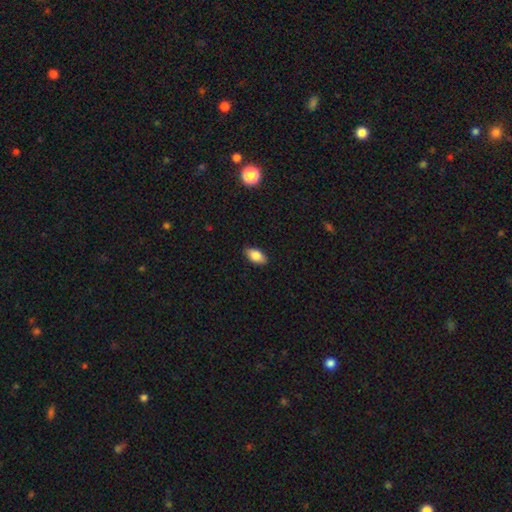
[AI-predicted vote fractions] The model was most divided on "smooth or featured": smooth: 82%, featured or disk: 10%, star or artifact: 7%. More confident: how rounded — in between (91%); merging — none (87%).